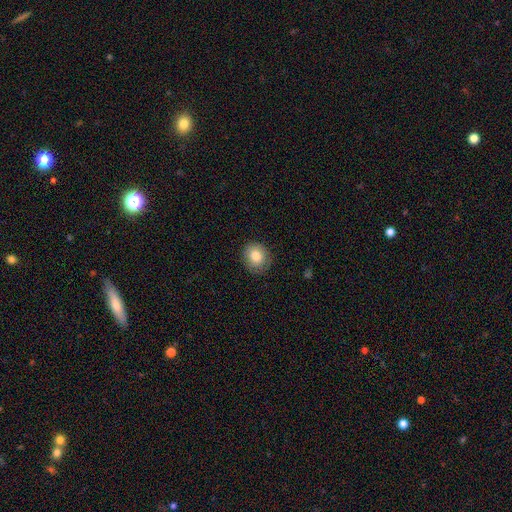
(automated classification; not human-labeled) A smooth galaxy with no disk features (83%) that is round (73%). Merging: none (82%).